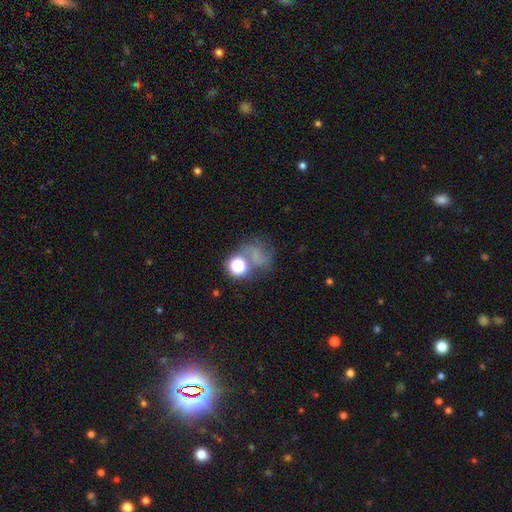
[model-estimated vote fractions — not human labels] A smooth galaxy with no disk features (43%).

Vote fractions:
- Smooth or featured? smooth: 43% / featured or disk: 32% / star or artifact: 25%
- Merging? none: 43% / major disturbance: 20% / merger: 20% / minor disturbance: 18%